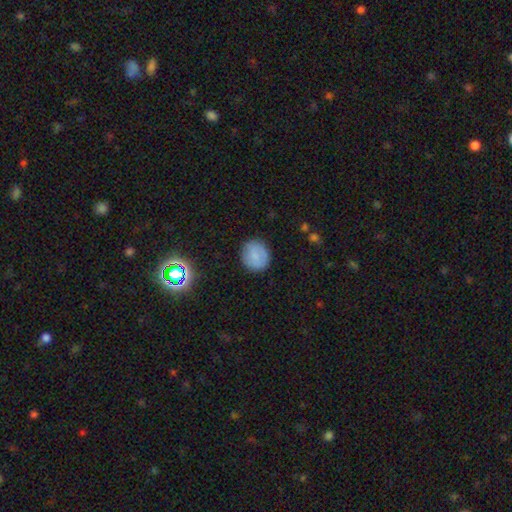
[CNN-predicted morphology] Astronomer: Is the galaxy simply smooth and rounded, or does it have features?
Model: smooth — 77%.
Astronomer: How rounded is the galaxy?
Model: round — 82%.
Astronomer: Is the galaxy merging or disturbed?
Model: none — 86%.